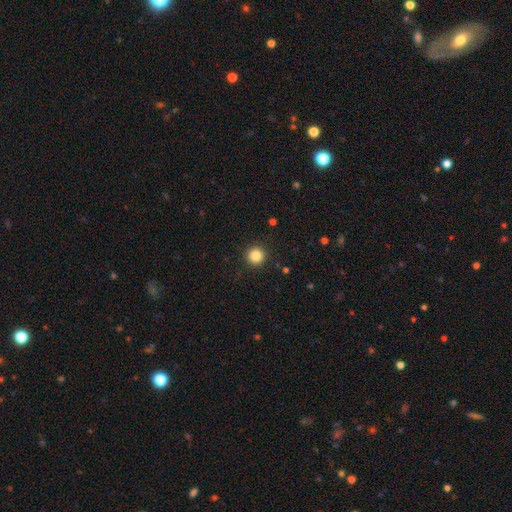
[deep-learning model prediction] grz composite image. It shows a smooth galaxy with no disk features (85%) that is round (95%). Merging: none (92%).